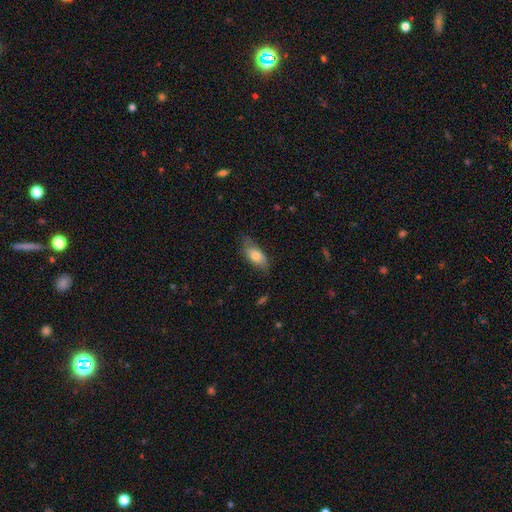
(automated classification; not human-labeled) Smooth or featured?
  - smooth: 74% *
  - featured or disk: 20%
  - star or artifact: 6%
How rounded?
  - in between: 87% *
  - cigar-shaped: 10%
  - round: 3%
Merging?
  - none: 68% *
  - minor disturbance: 25%
  - major disturbance: 6%
  - merger: 1%